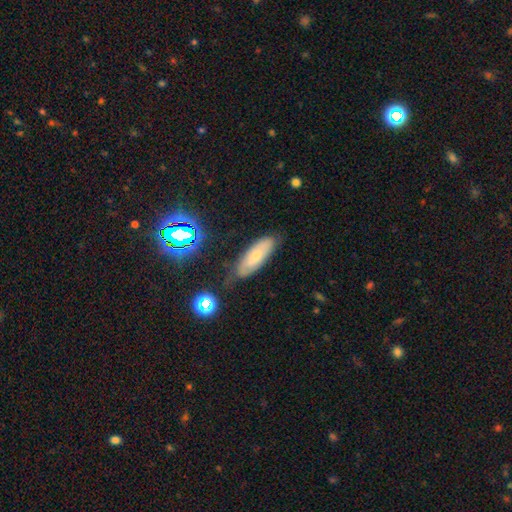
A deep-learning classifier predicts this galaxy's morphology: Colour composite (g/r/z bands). It shows a smooth galaxy with no disk features (62%) that is in between round and cigar-shaped (64%). Merging: none (71%).